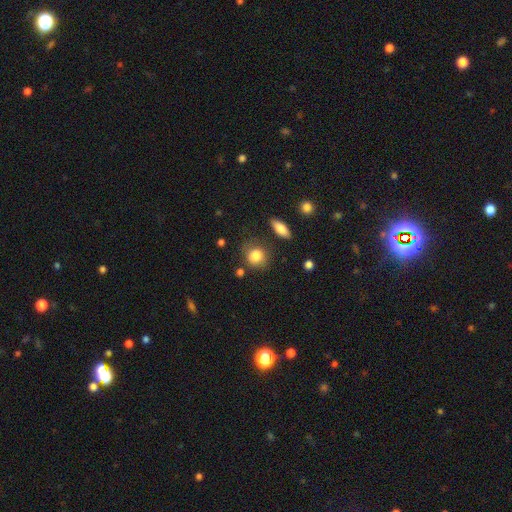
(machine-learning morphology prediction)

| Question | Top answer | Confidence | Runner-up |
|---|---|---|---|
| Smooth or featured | smooth | 83% | star or artifact (9%) |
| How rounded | round | 72% | in between (26%) |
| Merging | none | 72% | minor disturbance (18%) |